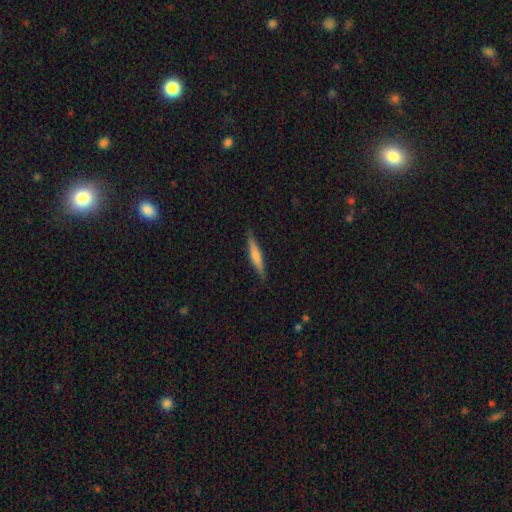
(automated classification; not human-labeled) The model was most divided on "smooth or featured": smooth: 57%, featured or disk: 38%, star or artifact: 6%. More confident: how rounded — cigar-shaped (90%); merging — none (87%).